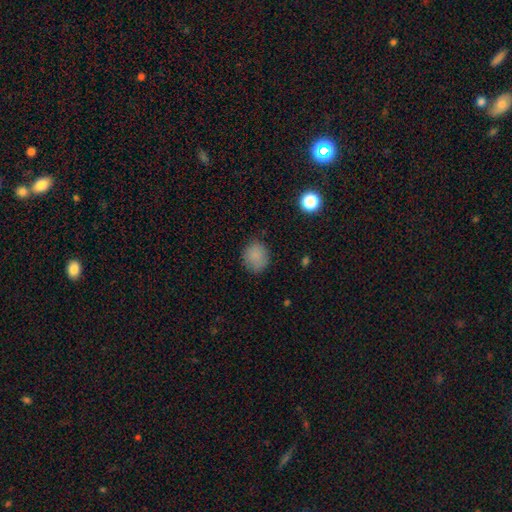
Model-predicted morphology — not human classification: Smooth or featured: smooth — 84% (star or artifact — 10%)
How rounded: round — 78% (in between — 21%)
Merging: none — 83% (minor disturbance — 12%)